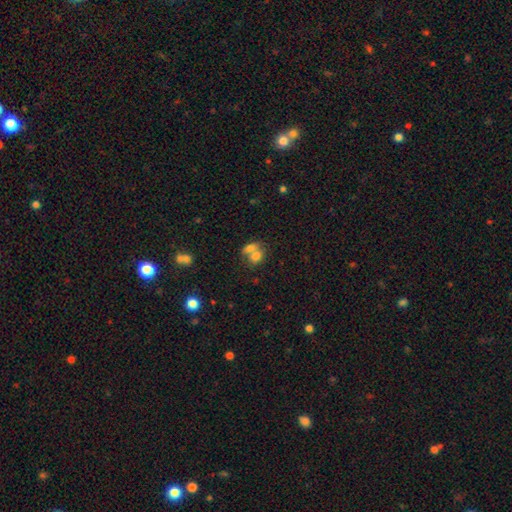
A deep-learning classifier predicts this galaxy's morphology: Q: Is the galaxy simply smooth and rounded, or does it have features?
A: smooth — 73%.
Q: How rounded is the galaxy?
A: in between — 62%.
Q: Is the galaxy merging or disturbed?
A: merger — 65%.